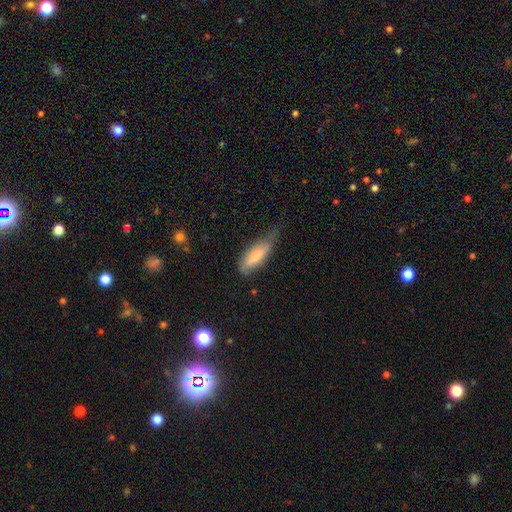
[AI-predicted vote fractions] A smooth galaxy with no disk features (66%) that is in between round and cigar-shaped (53%).

Vote fractions:
- Smooth or featured? smooth: 66% / featured or disk: 27% / star or artifact: 7%
- How rounded? in between: 53% / cigar-shaped: 45% / round: 2%
- Merging? none: 44% / minor disturbance: 41% / major disturbance: 13% / merger: 2%